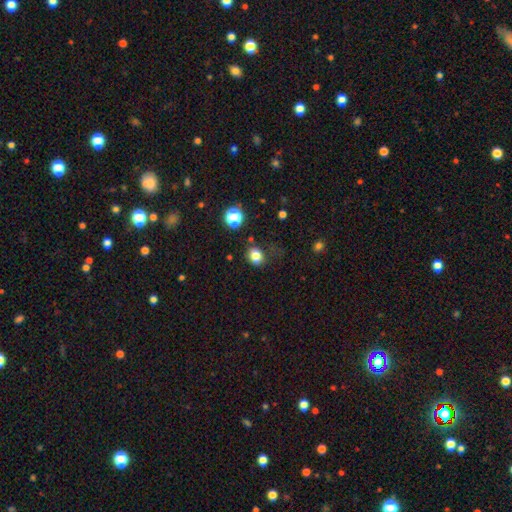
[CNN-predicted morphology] A smooth galaxy with no disk features (80%) that is round (65%). Merging: none (75%).